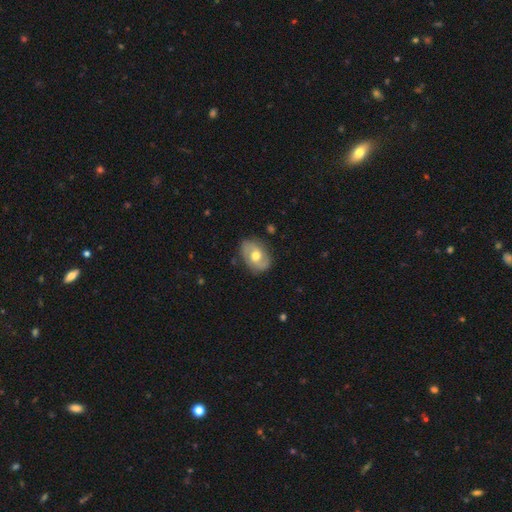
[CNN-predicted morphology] smooth-or-featured: featured or disk: 57% | smooth: 37% | star or artifact: 6%
  disk-edge-on: no: 95% | yes: 5%
    bar: no: 63% | weak: 30% | strong: 8%
    has-spiral-arms: yes: 69% | no: 31%
    bulge-size: moderate: 77% | small: 11% | large: 10% | dominant: 1% | none: 1%
  merging: none: 78% | minor disturbance: 17% | major disturbance: 4% | merger: 1%